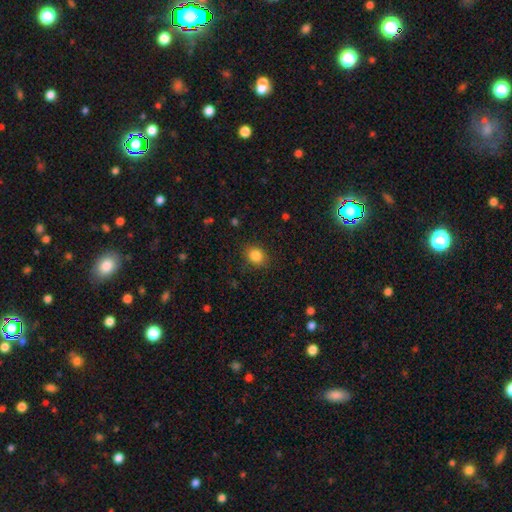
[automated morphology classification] Smooth or featured? Predicted: smooth (p=0.85). How rounded? Predicted: round (p=0.67). Merging? Predicted: none (p=0.86).